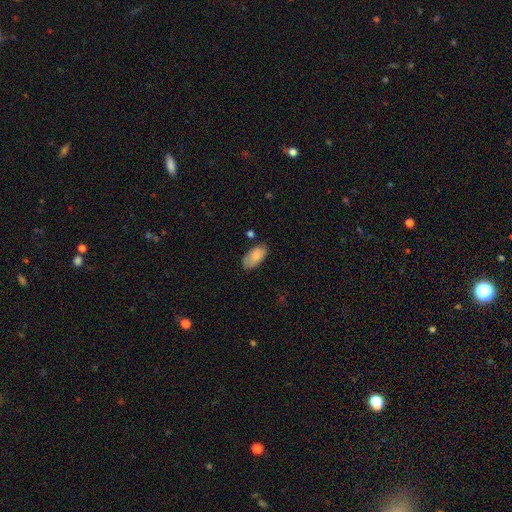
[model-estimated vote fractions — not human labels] smooth-or-featured: smooth: 82% | featured or disk: 12% | star or artifact: 7%
  how-rounded: in between: 94% | cigar-shaped: 3% | round: 3%
  merging: none: 70% | minor disturbance: 21% | major disturbance: 5% | merger: 4%